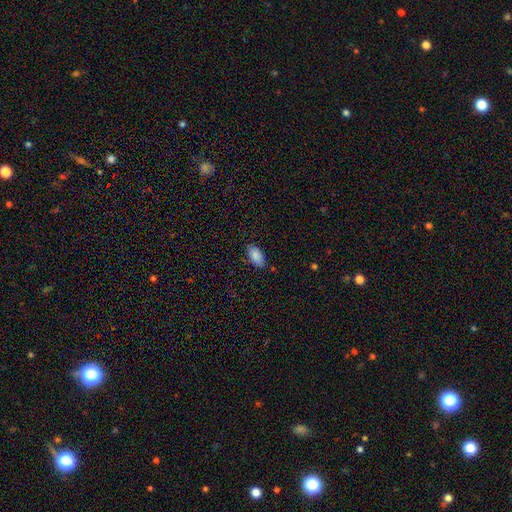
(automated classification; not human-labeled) This appears to be a smooth galaxy with no disk features (87%) that is in between round and cigar-shaped (92%). Merging: none (80%).